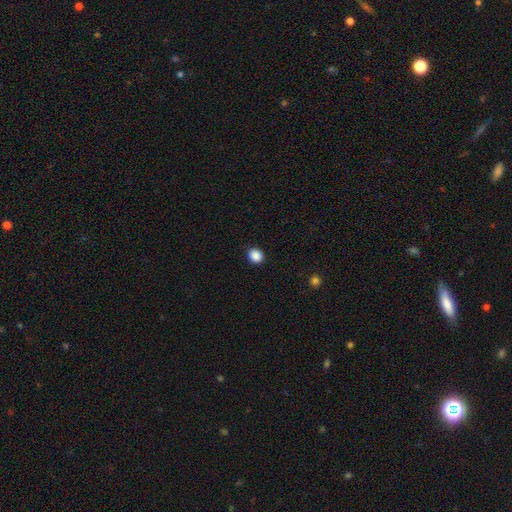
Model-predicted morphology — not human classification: A smooth galaxy with no disk features (89%) that is round (69%). Merging: none (89%).